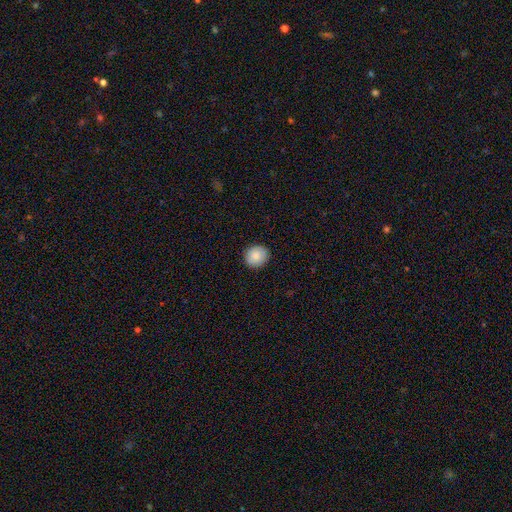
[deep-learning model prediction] smooth 86%, star or artifact 8%, featured or disk 7%. Down the decision tree: how rounded — round (82%); merging — none (89%).